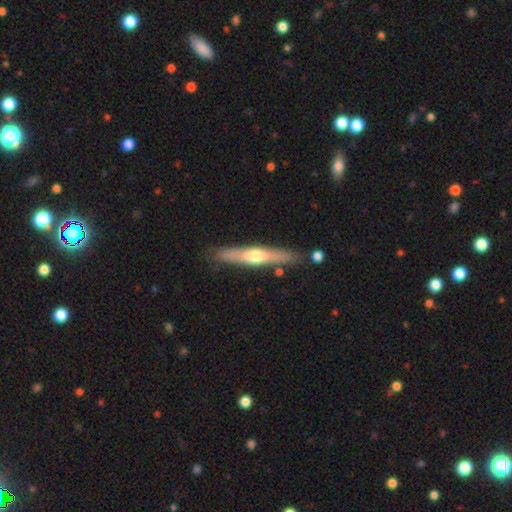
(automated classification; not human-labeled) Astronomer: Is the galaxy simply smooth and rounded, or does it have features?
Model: featured or disk — 55% (runner-up: smooth, 40%).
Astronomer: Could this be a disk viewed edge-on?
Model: yes — 92%.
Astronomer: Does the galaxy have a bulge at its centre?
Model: rounded — 84%.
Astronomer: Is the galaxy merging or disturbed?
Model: none — 84%.